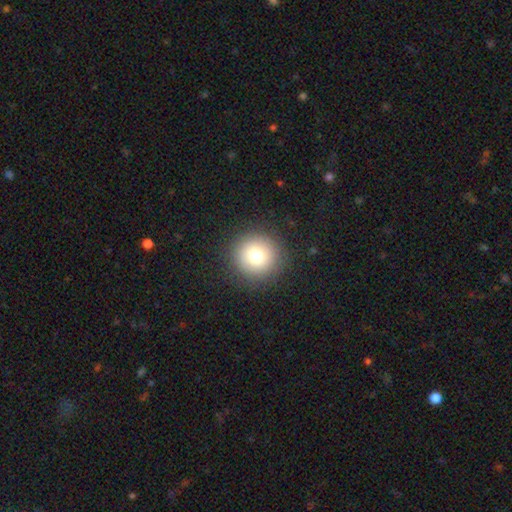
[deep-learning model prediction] This appears to be a smooth galaxy with no disk features (77%) that is round (95%). Merging: none (90%).